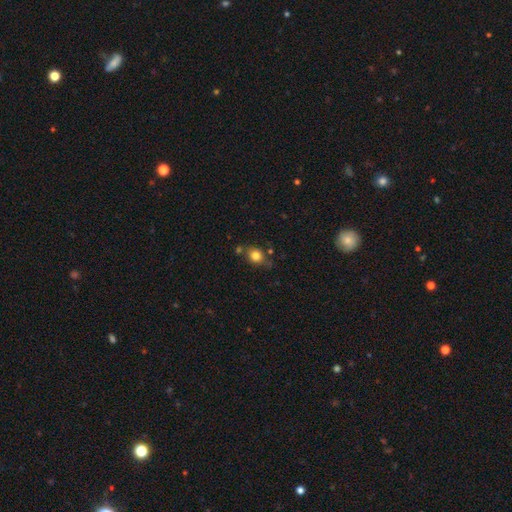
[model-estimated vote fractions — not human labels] A smooth galaxy with no disk features (80%) that is round (68%).

Vote fractions:
- Smooth or featured? smooth: 80% / star or artifact: 11% / featured or disk: 8%
- How rounded? round: 68% / in between: 31% / cigar-shaped: 1%
- Merging? none: 67% / minor disturbance: 17% / merger: 10% / major disturbance: 5%